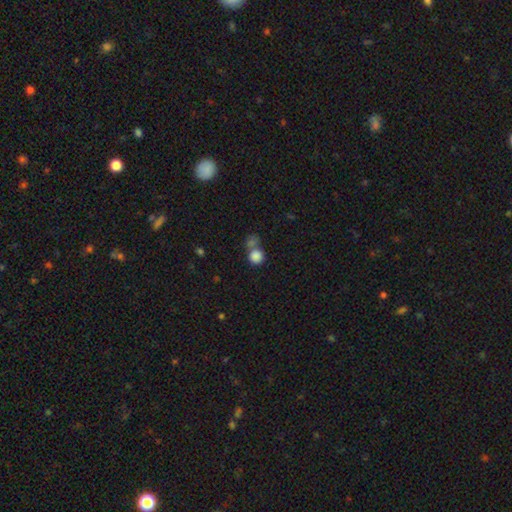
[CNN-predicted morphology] The model was most divided on "merging": none: 46%, merger: 40%, minor disturbance: 9%, major disturbance: 5%. More confident: how rounded — round (87%); smooth or featured — smooth (84%).